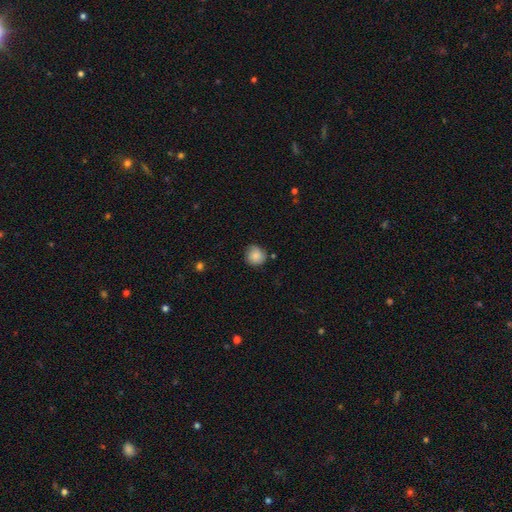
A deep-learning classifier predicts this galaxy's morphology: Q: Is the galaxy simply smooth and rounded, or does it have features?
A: smooth — 85%.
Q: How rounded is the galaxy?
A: round — 91%.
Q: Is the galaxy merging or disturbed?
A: none — 80%.